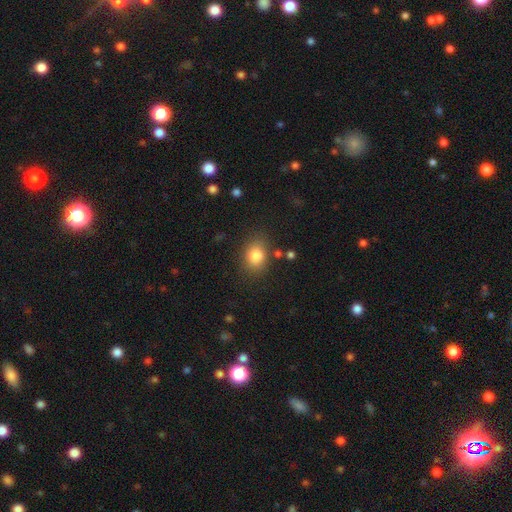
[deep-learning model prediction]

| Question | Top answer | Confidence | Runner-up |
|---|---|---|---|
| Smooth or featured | smooth | 83% | star or artifact (9%) |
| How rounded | in between | 64% | round (35%) |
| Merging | none | 76% | minor disturbance (15%) |